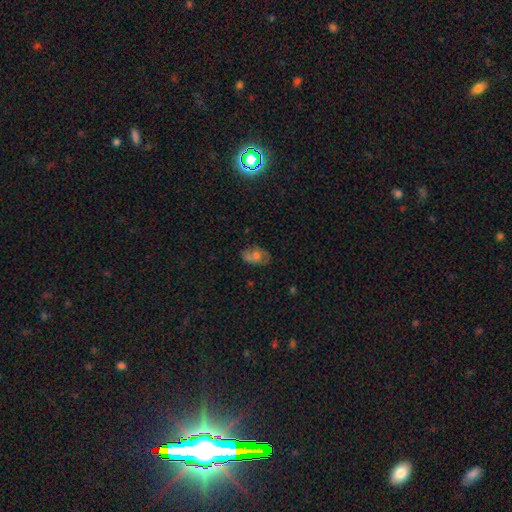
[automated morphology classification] Smooth or featured?
  - featured or disk: 44% *
  - smooth: 42%
  - star or artifact: 14%
Merging?
  - none: 67% *
  - minor disturbance: 21%
  - major disturbance: 8%
  - merger: 4%